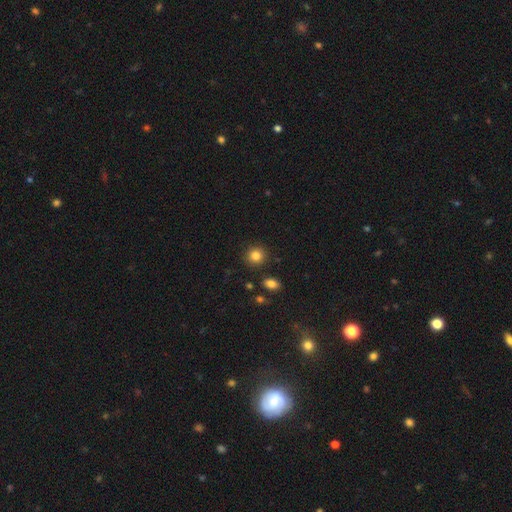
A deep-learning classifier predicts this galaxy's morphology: This appears to be a smooth galaxy with no disk features (83%) that is round (89%). Merging: none (89%).